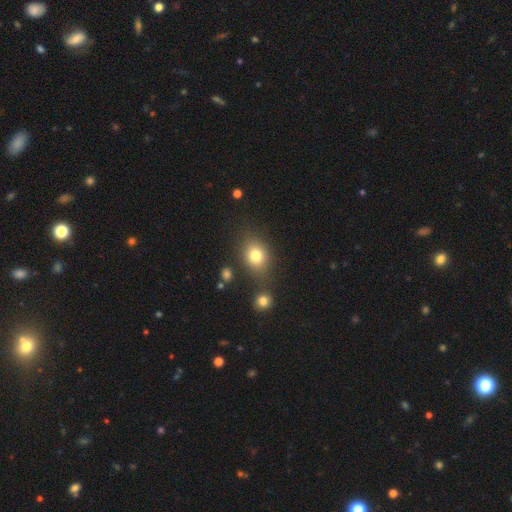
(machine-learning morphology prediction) smooth_or_featured: smooth (p=0.78) [alt: star or artifact p=0.12]
how_rounded: round (p=0.49) [tied with: in between p=0.49]
merging: none (p=0.73) [alt: minor disturbance p=0.13]